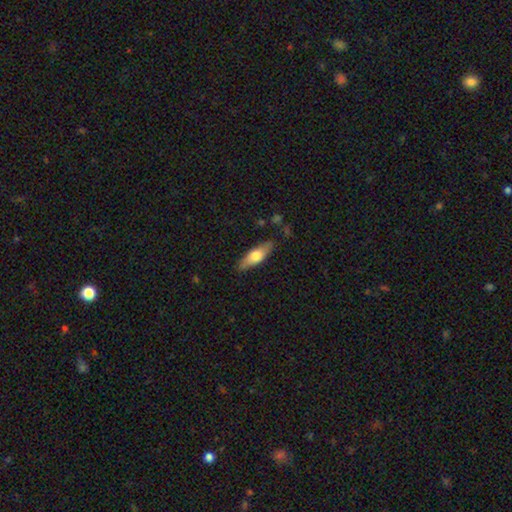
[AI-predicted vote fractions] This appears to be a smooth galaxy with no disk features (63%) that is in between round and cigar-shaped (57%). Merging: none (85%).